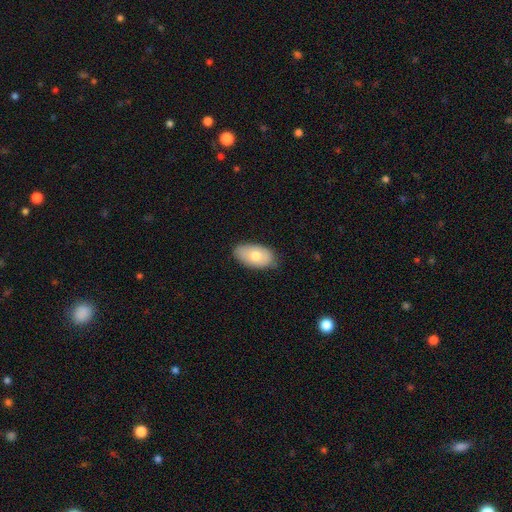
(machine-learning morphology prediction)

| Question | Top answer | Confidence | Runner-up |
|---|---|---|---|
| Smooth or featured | smooth | 72% | featured or disk (21%) |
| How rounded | in between | 94% | round (4%) |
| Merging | none | 81% | minor disturbance (16%) |